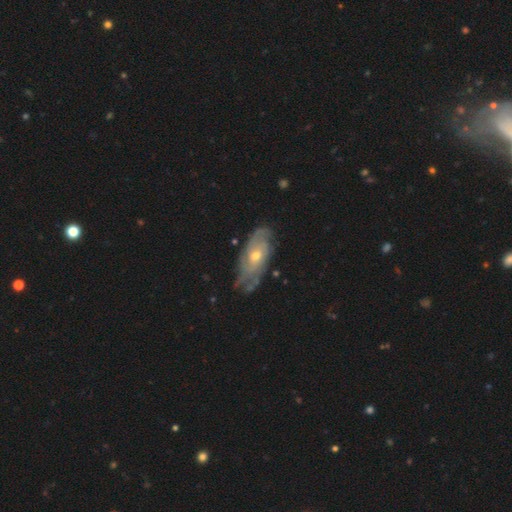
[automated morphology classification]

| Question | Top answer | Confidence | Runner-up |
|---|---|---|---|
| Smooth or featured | featured or disk | 78% | smooth (16%) |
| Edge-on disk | no | 89% | yes (11%) |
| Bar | no | 74% | weak (22%) |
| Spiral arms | yes | 89% | no (11%) |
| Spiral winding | tight | 61% | medium (29%) |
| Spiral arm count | can't tell | 49% | 2 (21%) |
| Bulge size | moderate | 54% | small (42%) |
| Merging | none | 71% | minor disturbance (21%) |